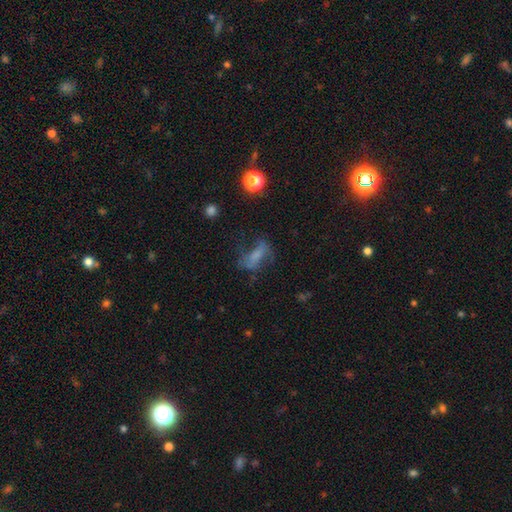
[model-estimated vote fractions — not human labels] This is marginally a smooth galaxy (43%). Merging: marginally none (43%).